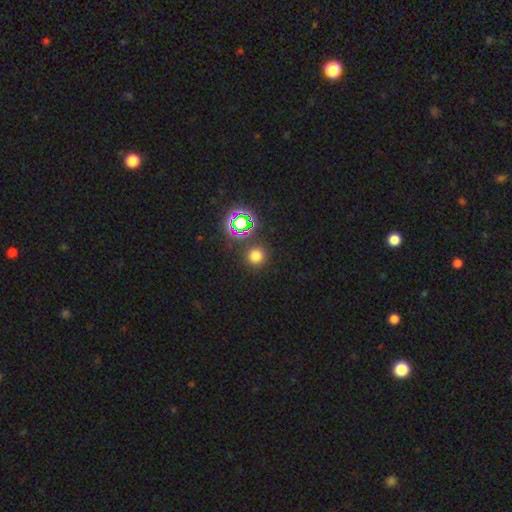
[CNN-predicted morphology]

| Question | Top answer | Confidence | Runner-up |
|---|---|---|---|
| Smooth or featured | smooth | 69% | star or artifact (25%) |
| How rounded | round | 93% | in between (6%) |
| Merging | none | 87% | minor disturbance (6%) |